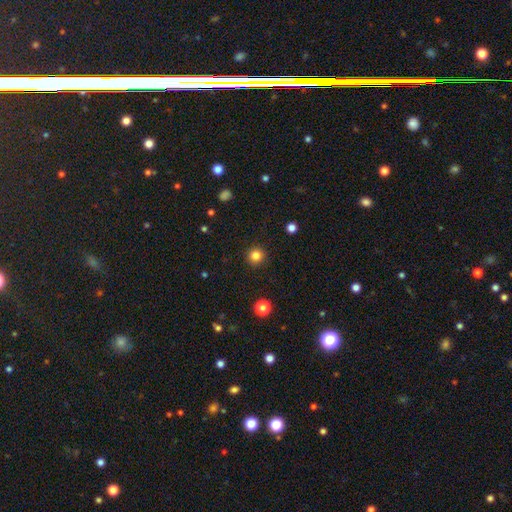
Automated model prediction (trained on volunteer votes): smooth 83%, star or artifact 12%, featured or disk 5%. Down the decision tree: how rounded — round (94%); merging — none (92%).